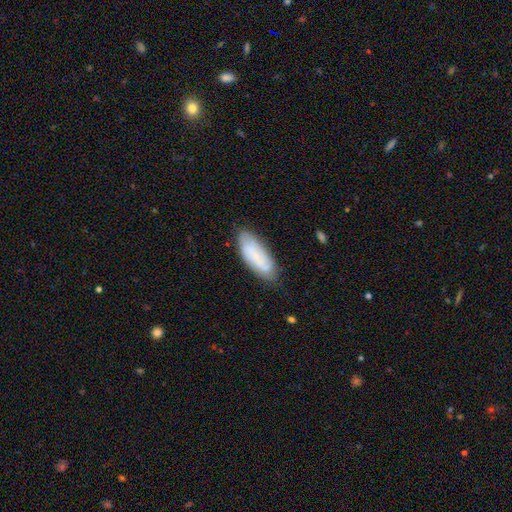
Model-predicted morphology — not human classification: Smooth or featured? Predicted: smooth (p=0.58). How rounded? Predicted: in between (p=0.75). Merging? Predicted: none (p=0.74).